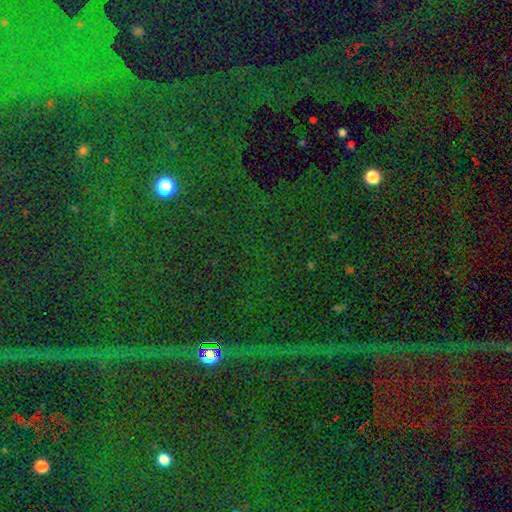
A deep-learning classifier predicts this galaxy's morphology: The model was most divided on "smooth or featured": star or artifact: 83%, smooth: 9%, featured or disk: 8%.